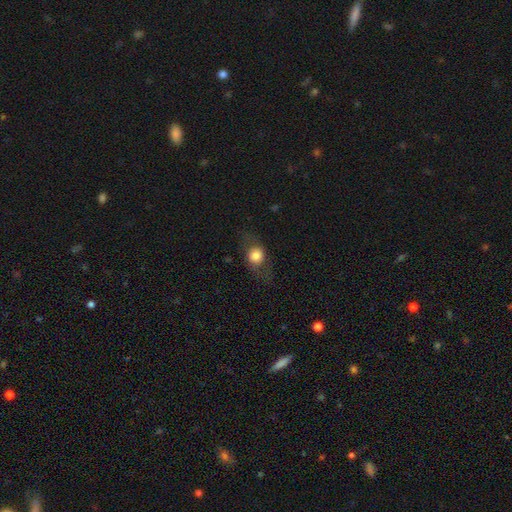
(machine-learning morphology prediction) Q: Smooth or featured?
A: smooth (68%); runner-up: featured or disk (24%)
Q: How rounded?
A: round (61%); runner-up: in between (36%)
Q: Merging?
A: none (72%); runner-up: minor disturbance (17%)